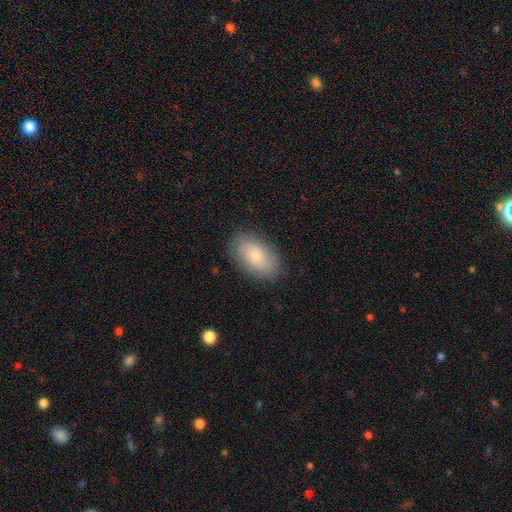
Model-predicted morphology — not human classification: type=smooth (76%); roundness=in between (93%); merging=none (85%).